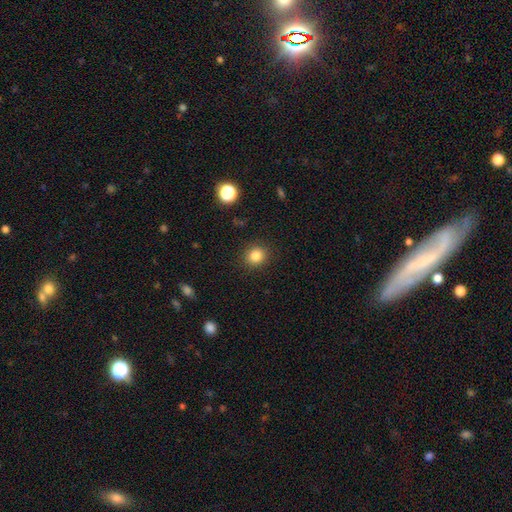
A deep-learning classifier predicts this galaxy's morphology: The model was most divided on "how rounded": round: 82%, in between: 17%, cigar-shaped: 1%. More confident: merging — none (90%); smooth or featured — smooth (84%).